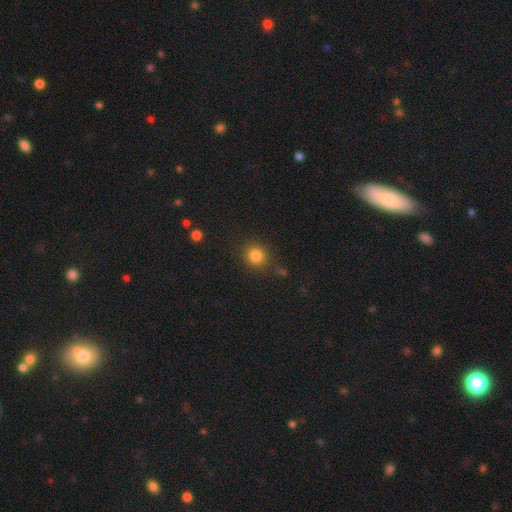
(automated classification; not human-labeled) A smooth galaxy with no disk features (83%) that is round (88%). Merging: none (83%).